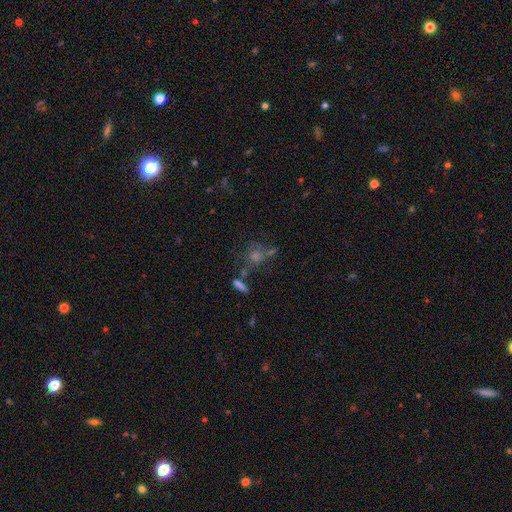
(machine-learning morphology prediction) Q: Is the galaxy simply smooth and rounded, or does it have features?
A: smooth — 41%.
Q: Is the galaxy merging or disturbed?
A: none — 56%.